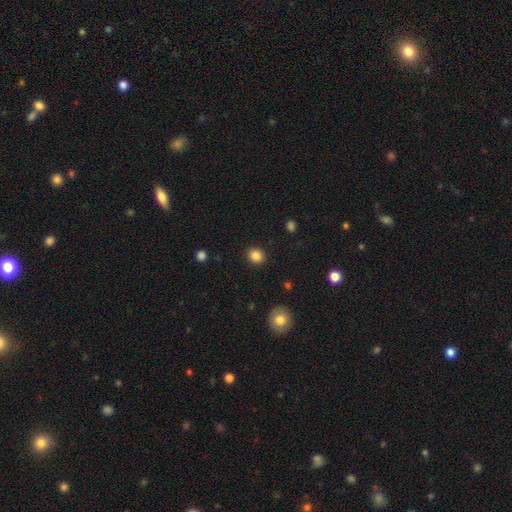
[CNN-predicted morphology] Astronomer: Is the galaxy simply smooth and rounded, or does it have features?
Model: smooth — 86%.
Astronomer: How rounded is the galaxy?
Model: round — 77%.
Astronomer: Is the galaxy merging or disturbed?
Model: none — 91%.